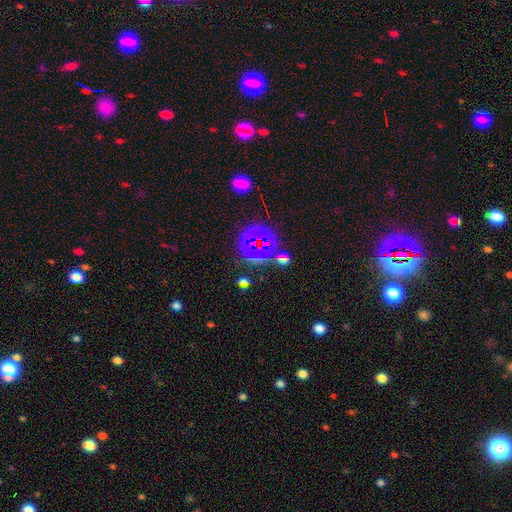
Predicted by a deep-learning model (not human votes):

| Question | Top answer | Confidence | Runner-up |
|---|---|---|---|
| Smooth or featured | star or artifact | 70% | smooth (18%) |